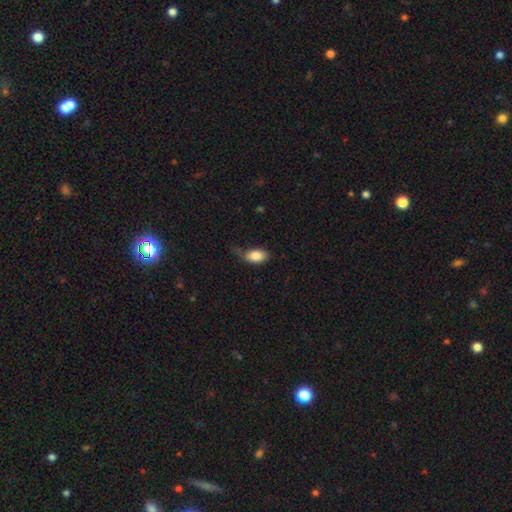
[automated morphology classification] Smooth or featured: smooth — 86% (star or artifact — 7%)
How rounded: in between — 93% (round — 5%)
Merging: none — 54% (minor disturbance — 31%)